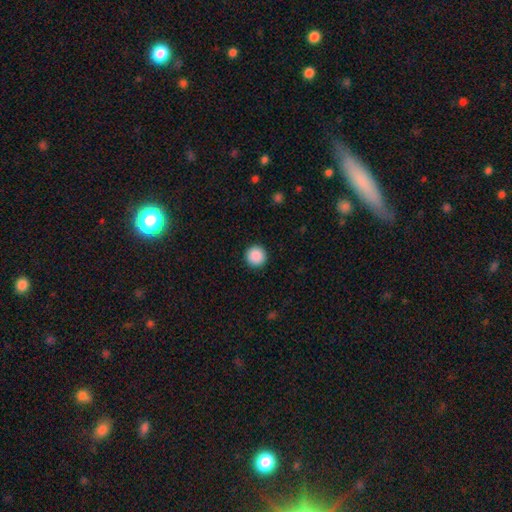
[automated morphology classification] Overall: smooth (90%). How rounded: round (96%). Merging: none (93%).